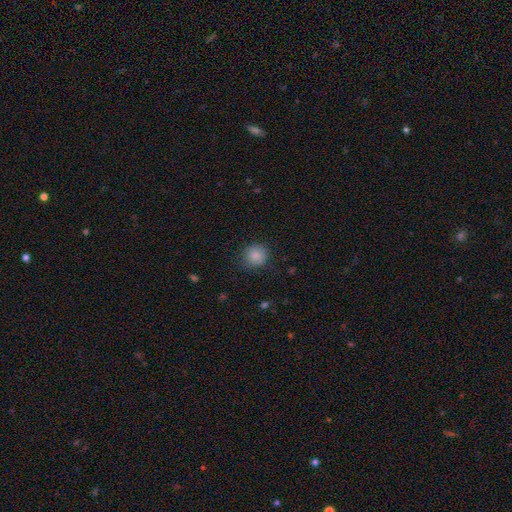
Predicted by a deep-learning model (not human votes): This appears to be a smooth galaxy with no disk features (87%) that is round (89%). Merging: none (85%).